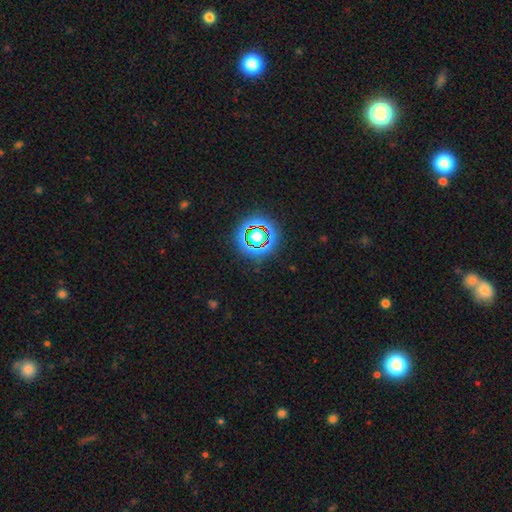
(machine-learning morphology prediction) Smooth or featured: star or artifact — 71% (smooth — 19%)